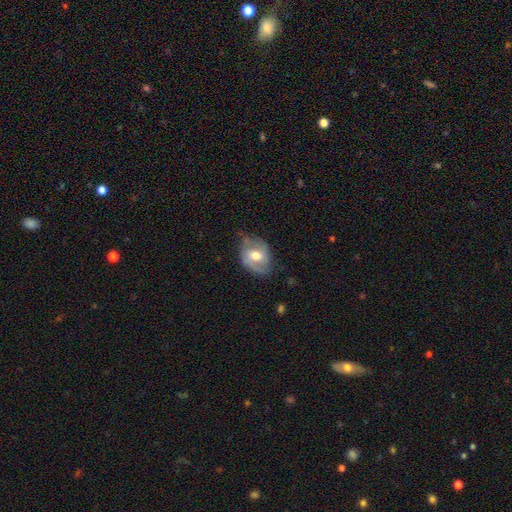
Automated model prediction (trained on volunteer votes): Smooth or featured: featured or disk — 56% (smooth — 38%)
Edge-on disk: no — 95% (yes — 5%)
Bar: no — 43% (weak — 42%)
Spiral arms: yes — 73% (no — 27%)
Bulge size: moderate — 71% (small — 14%)
Merging: none — 61% (minor disturbance — 28%)